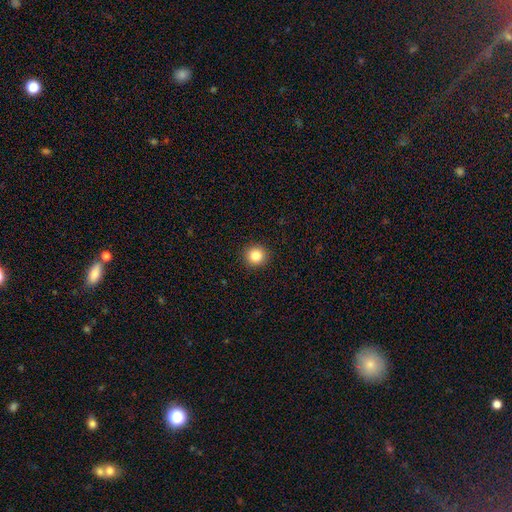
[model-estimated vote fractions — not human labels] Morphology: type=smooth (85%); roundness=round (94%); merging=none (93%).